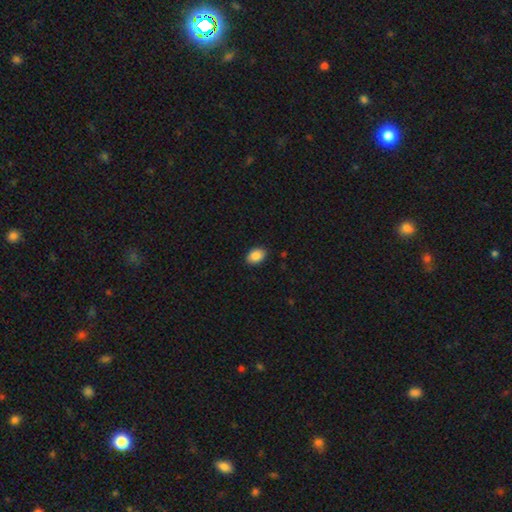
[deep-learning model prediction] smooth 87%, star or artifact 7%, featured or disk 5%. Down the decision tree: how rounded — in between (83%); merging — none (88%).